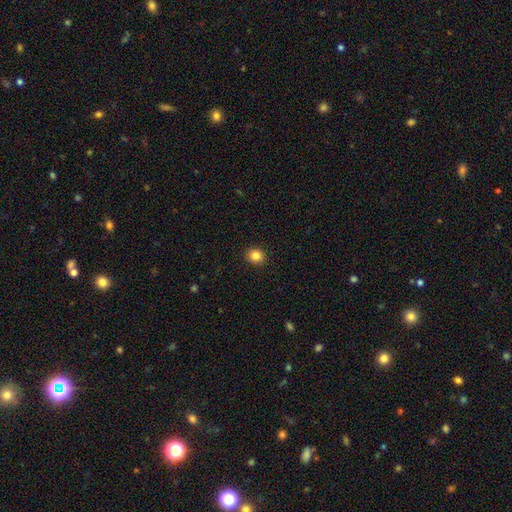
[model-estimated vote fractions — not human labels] This is clearly a smooth galaxy (84%). How rounded: clearly round (83%). Merging: clearly none (92%).